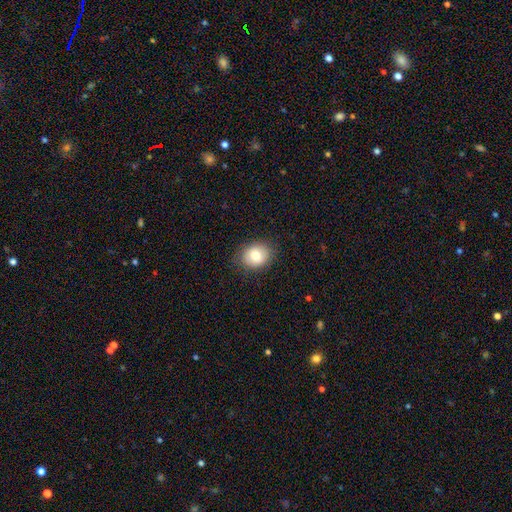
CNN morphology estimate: smooth_or_featured: smooth (p=0.80) [alt: featured or disk p=0.12]
how_rounded: in between (p=0.52) [alt: round p=0.48]
merging: none (p=0.85) [alt: minor disturbance p=0.11]